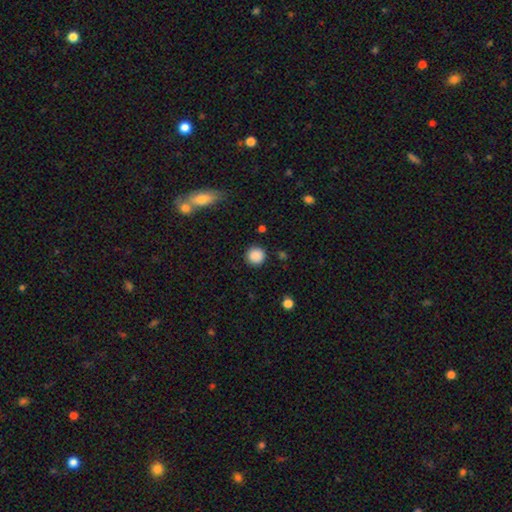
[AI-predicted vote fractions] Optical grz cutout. It shows a smooth galaxy with no disk features (88%) that is round (94%). Merging: none (90%).